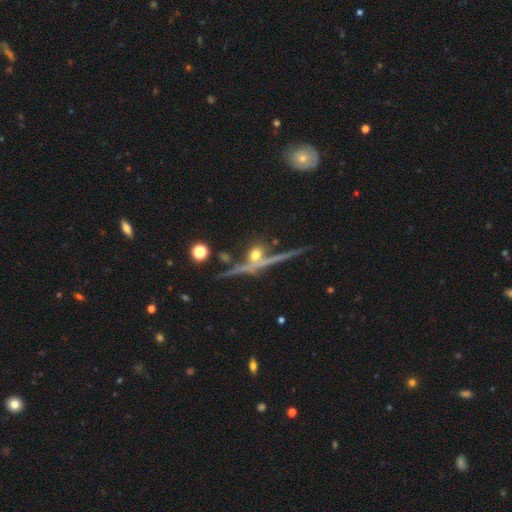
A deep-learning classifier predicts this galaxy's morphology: smooth_or_featured: featured or disk (p=0.47) [alt: smooth p=0.33]
merging: none (p=0.74) [alt: merger p=0.12]